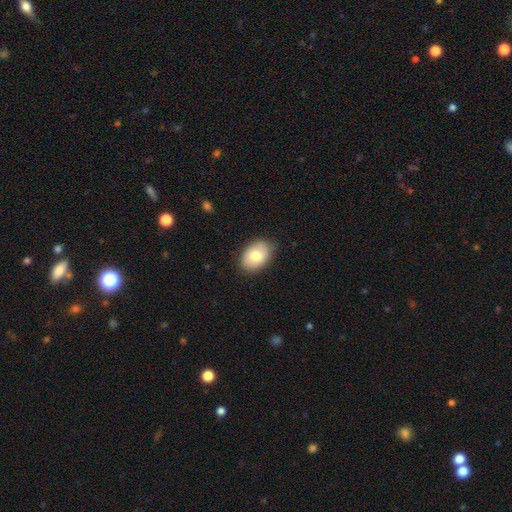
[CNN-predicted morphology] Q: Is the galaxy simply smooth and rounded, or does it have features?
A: smooth — 77%.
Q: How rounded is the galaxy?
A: in between — 83%.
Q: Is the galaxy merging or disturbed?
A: none — 84%.